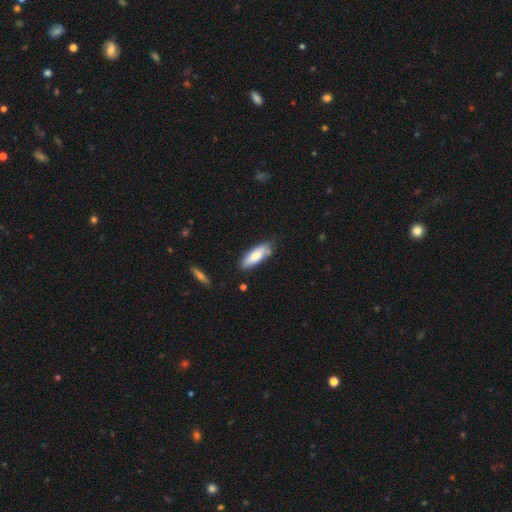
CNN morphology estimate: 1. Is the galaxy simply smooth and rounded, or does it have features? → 72% smooth, 22% featured or disk, 6% star or artifact.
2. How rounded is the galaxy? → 64% in between, 34% cigar-shaped, 2% round.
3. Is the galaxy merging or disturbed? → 74% none, 19% minor disturbance, 4% merger, 3% major disturbance.